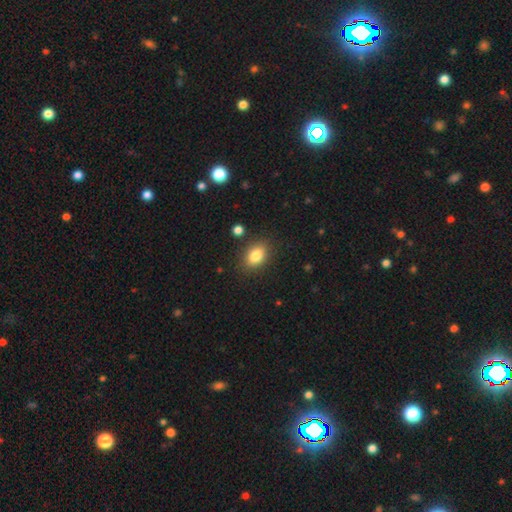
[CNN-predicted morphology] Smooth or featured: smooth — 83% (star or artifact — 9%)
How rounded: in between — 79% (round — 19%)
Merging: none — 85% (minor disturbance — 10%)